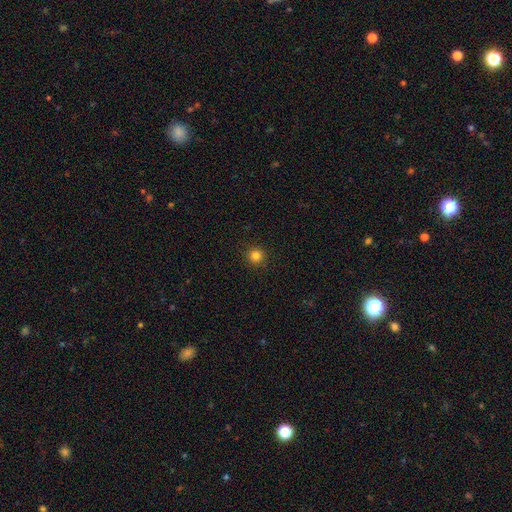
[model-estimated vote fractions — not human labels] Overall: smooth (82%). How rounded: round (95%). Merging: none (93%).